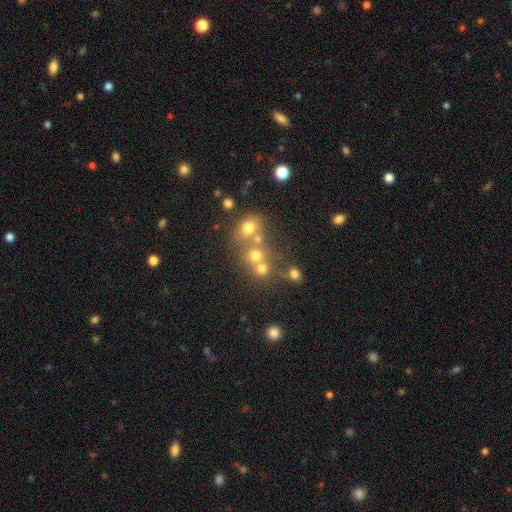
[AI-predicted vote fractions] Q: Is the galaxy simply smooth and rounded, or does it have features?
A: smooth — 67%.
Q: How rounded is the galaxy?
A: round — 79%.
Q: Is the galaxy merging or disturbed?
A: none — 47%.